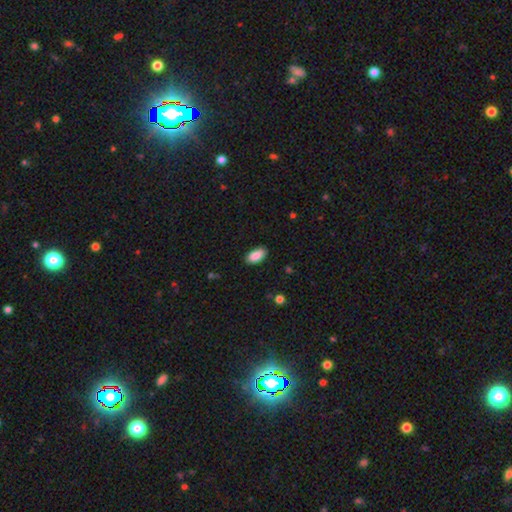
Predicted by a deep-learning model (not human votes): smooth_or_featured: smooth (p=0.89) [alt: star or artifact p=0.07]
how_rounded: in between (p=0.93) [alt: cigar-shaped p=0.04]
merging: none (p=0.87) [alt: minor disturbance p=0.10]